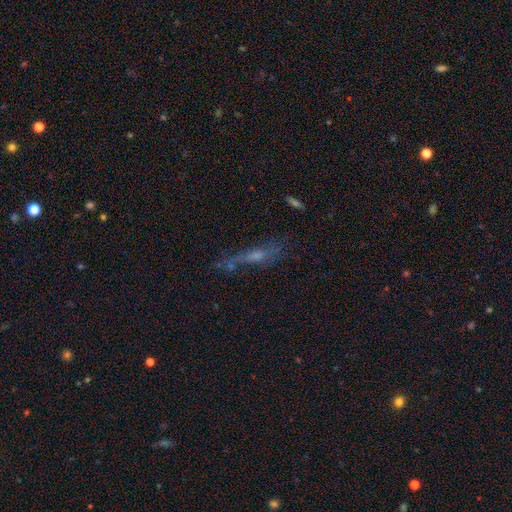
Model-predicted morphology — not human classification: Smooth or featured? featured or disk (45%)
Merging? none (59%)